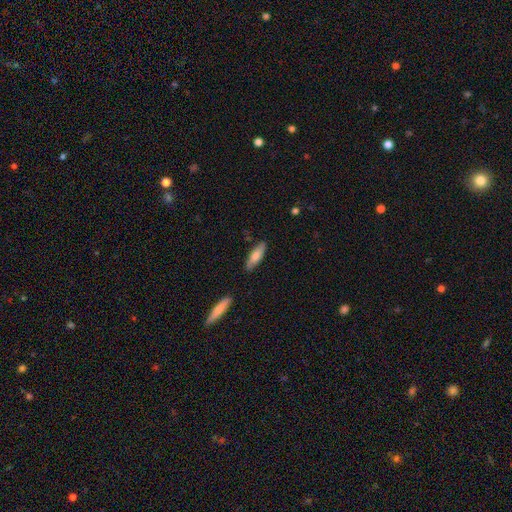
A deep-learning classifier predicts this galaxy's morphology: The model was most divided on "how rounded": cigar-shaped: 54%, in between: 45%, round: 2%. More confident: merging — none (84%); smooth or featured — smooth (73%).